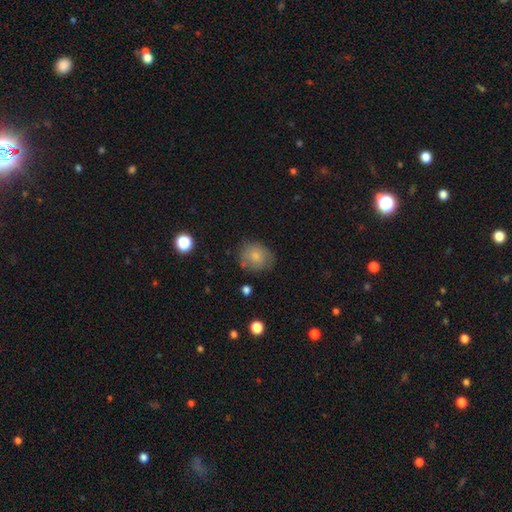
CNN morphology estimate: Smooth or featured?
  - smooth: 78% *
  - featured or disk: 13%
  - star or artifact: 9%
How rounded?
  - round: 72% *
  - in between: 27%
  - cigar-shaped: 1%
Merging?
  - none: 68% *
  - minor disturbance: 22%
  - major disturbance: 7%
  - merger: 3%